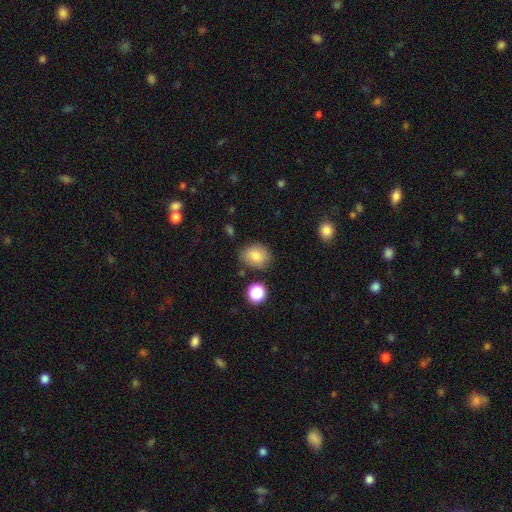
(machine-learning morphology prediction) Overall: smooth (80%). How rounded: in between (50%; round 49%). Merging: none (77%).